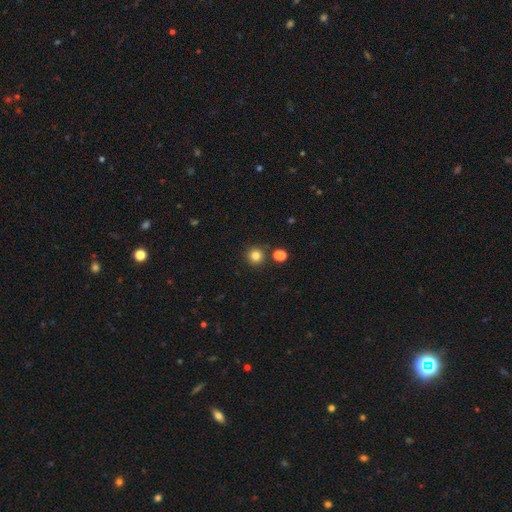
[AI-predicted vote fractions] Smooth or featured?
  - smooth: 81% *
  - star or artifact: 14%
  - featured or disk: 5%
How rounded?
  - round: 94% *
  - in between: 5%
  - cigar-shaped: 1%
Merging?
  - none: 85% *
  - minor disturbance: 7%
  - merger: 6%
  - major disturbance: 2%